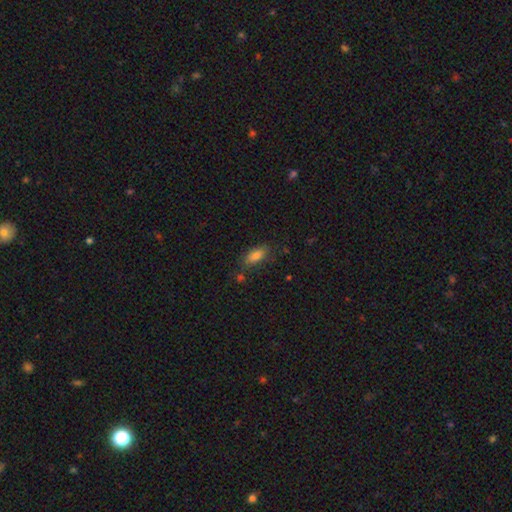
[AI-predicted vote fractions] A smooth galaxy with no disk features (81%) that is in between round and cigar-shaped (78%). Merging: none (74%).